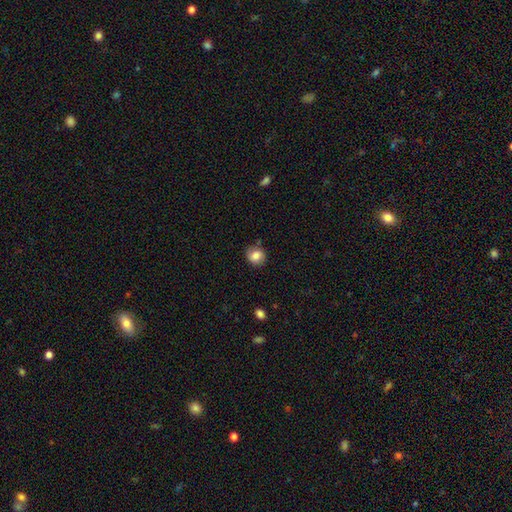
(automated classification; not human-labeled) smooth_or_featured: smooth (p=0.74) [alt: featured or disk p=0.17]
how_rounded: round (p=0.77) [alt: in between p=0.22]
merging: none (p=0.78) [alt: minor disturbance p=0.16]